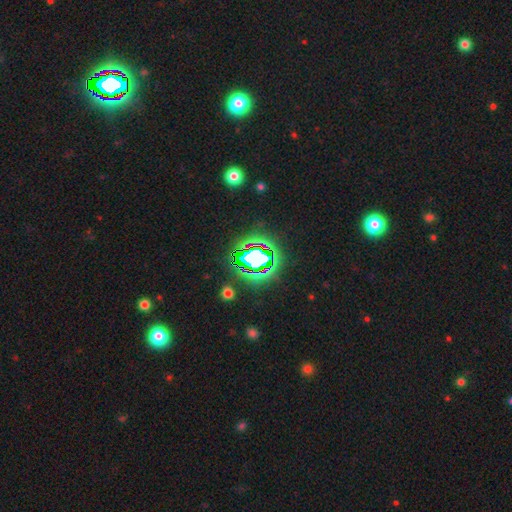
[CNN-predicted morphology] This appears to be a star or artifact, not a galaxy (67%).